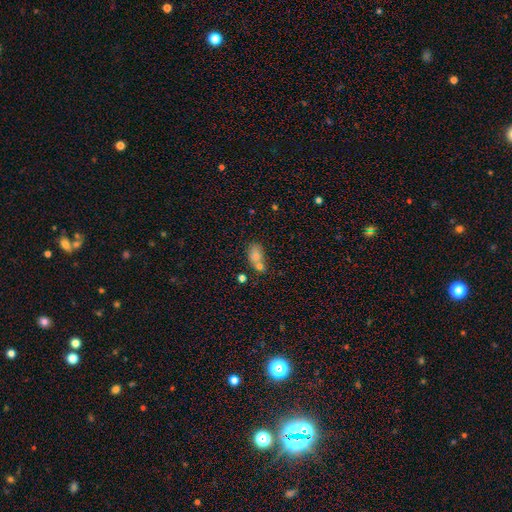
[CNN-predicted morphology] Smooth or featured?
  - smooth: 73% *
  - featured or disk: 15%
  - star or artifact: 12%
How rounded?
  - in between: 77% *
  - round: 20%
  - cigar-shaped: 3%
Merging?
  - merger: 45% *
  - none: 36%
  - minor disturbance: 13%
  - major disturbance: 6%